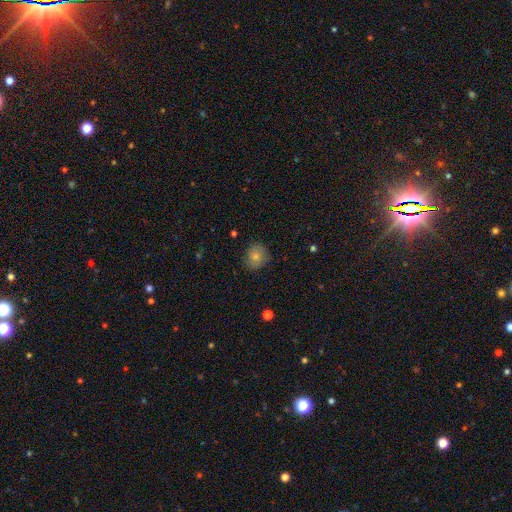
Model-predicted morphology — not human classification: A smooth galaxy with no disk features (73%) that is round (73%).

Vote fractions:
- Smooth or featured? smooth: 73% / featured or disk: 14% / star or artifact: 13%
- How rounded? round: 73% / in between: 26% / cigar-shaped: 1%
- Merging? none: 82% / minor disturbance: 14% / major disturbance: 3% / merger: 1%